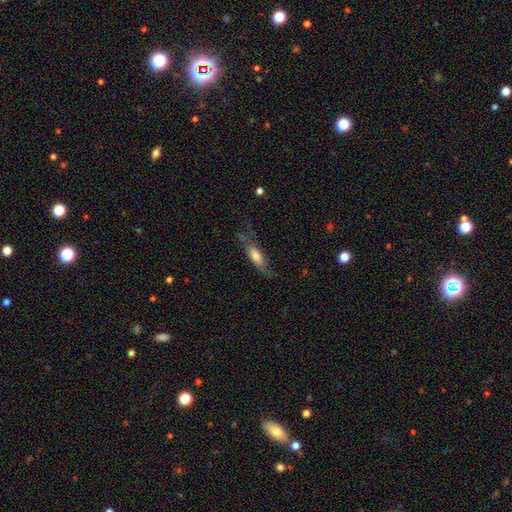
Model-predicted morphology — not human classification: type=smooth (51%); roundness=in between (52%); merging=none (52%).